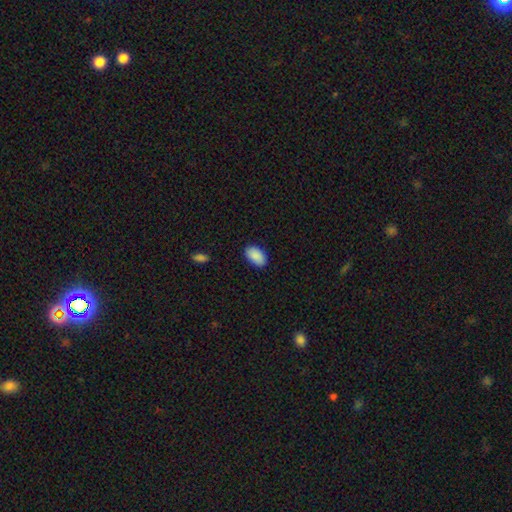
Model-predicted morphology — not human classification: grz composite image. It shows a smooth galaxy with no disk features (90%) that is in between round and cigar-shaped (94%). Merging: none (87%).